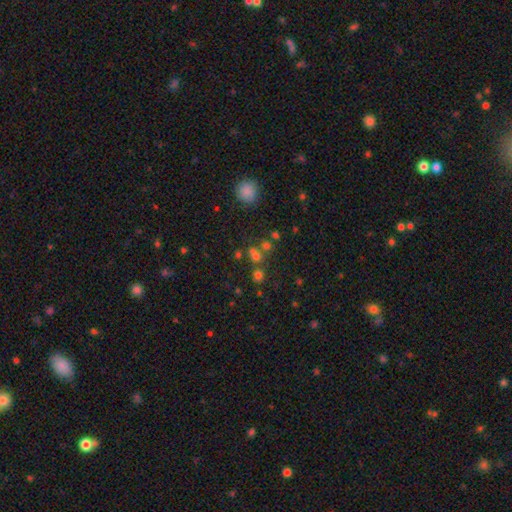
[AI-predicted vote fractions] smooth-or-featured: smooth: 56% | star or artifact: 31% | featured or disk: 12%
  how-rounded: round: 79% | in between: 20% | cigar-shaped: 1%
  merging: none: 56% | merger: 31% | minor disturbance: 8% | major disturbance: 5%